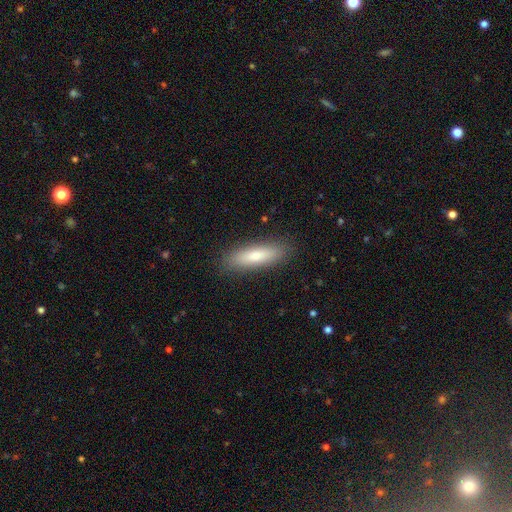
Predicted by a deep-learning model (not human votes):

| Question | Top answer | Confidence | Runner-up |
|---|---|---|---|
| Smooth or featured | smooth | 75% | featured or disk (18%) |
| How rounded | cigar-shaped | 62% | in between (37%) |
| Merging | none | 88% | minor disturbance (9%) |